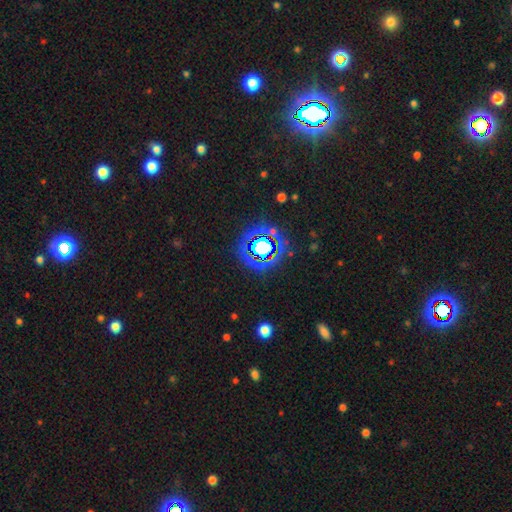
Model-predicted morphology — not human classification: smooth_or_featured: star or artifact (p=0.81) [alt: smooth p=0.10]